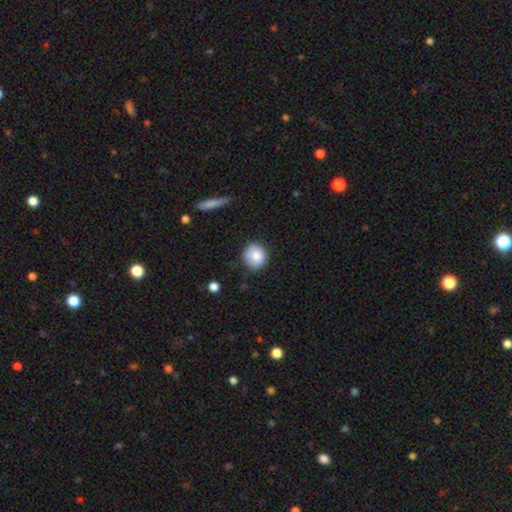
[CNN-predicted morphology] Smooth or featured? Predicted: smooth (p=0.83). How rounded? Predicted: round (p=0.85). Merging? Predicted: none (p=0.80).